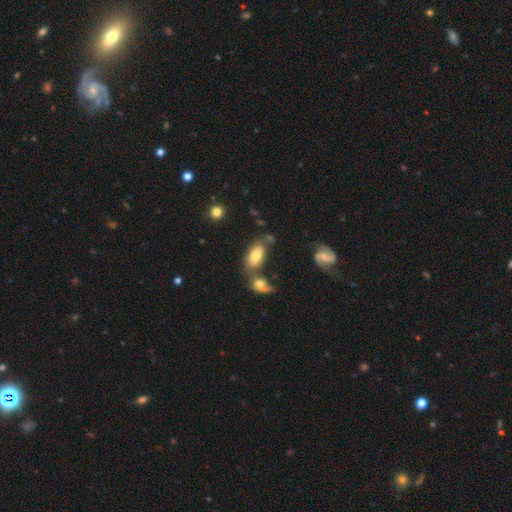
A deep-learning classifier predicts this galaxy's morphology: This appears to be a smooth galaxy with no disk features (72%) that is in between round and cigar-shaped (91%). Merging: none (48%).